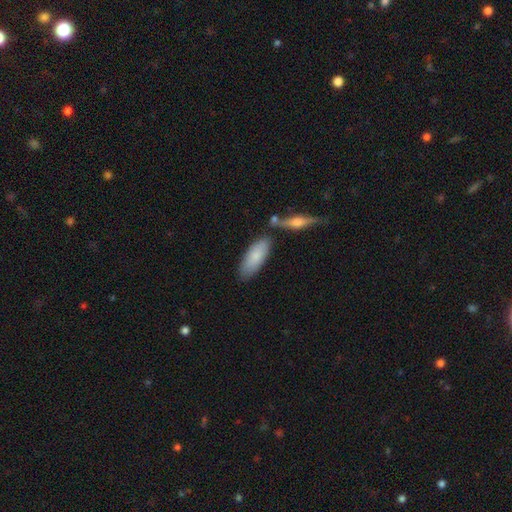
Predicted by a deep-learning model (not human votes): smooth 79%, featured or disk 16%, star or artifact 6%. Down the decision tree: how rounded — in between (74%); merging — none (70%).